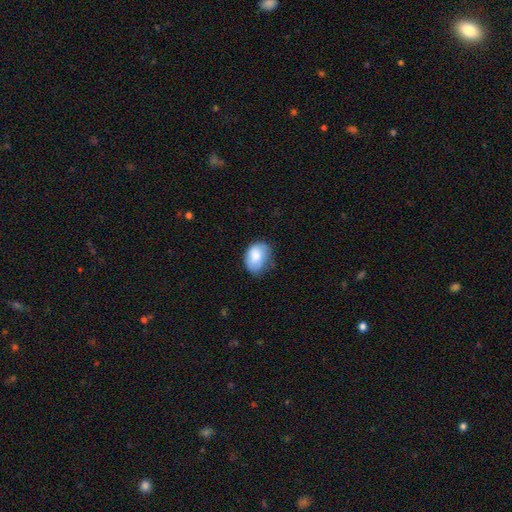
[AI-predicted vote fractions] Q: Smooth or featured?
A: smooth (78%); runner-up: featured or disk (15%)
Q: How rounded?
A: in between (69%); runner-up: round (30%)
Q: Merging?
A: none (53%); runner-up: minor disturbance (35%)